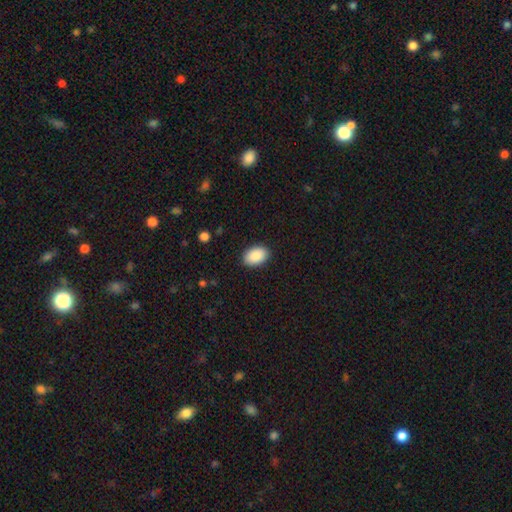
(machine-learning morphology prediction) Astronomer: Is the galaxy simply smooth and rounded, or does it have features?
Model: smooth — 89%.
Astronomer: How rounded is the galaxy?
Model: in between — 89%.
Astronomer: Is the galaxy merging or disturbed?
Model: none — 89%.